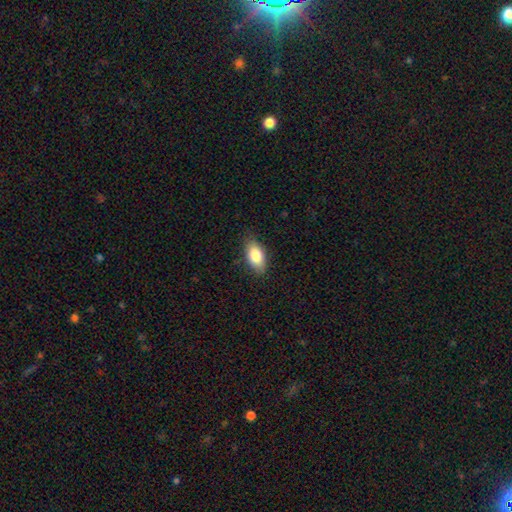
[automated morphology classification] Smooth or featured? Predicted: smooth (p=0.83). How rounded? Predicted: in between (p=0.90). Merging? Predicted: none (p=0.82).